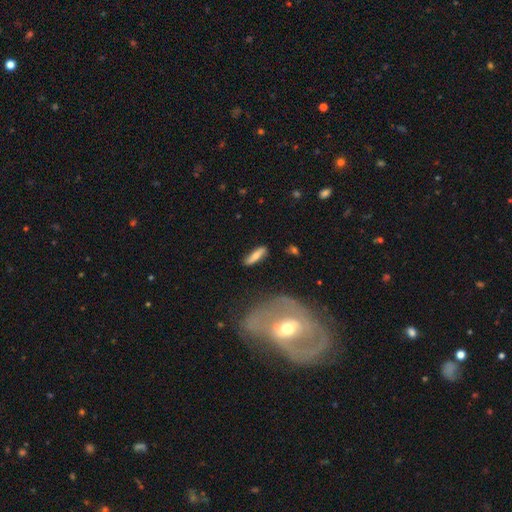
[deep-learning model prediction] Morphology: type=smooth (67%); roundness=cigar-shaped (68%); merging=none (81%).